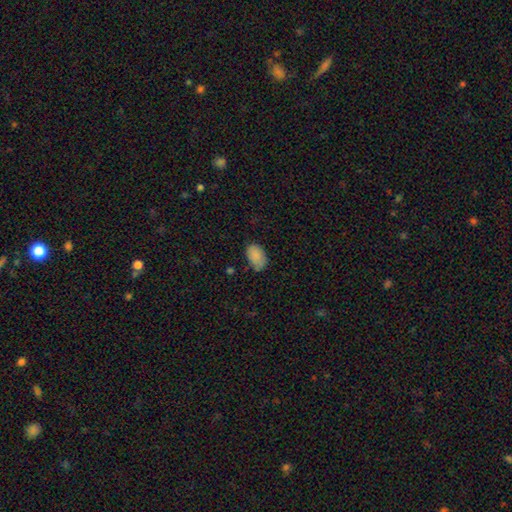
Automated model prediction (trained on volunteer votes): smooth-or-featured: smooth: 87% | star or artifact: 8% | featured or disk: 5%
  how-rounded: in between: 90% | round: 9% | cigar-shaped: 1%
  merging: none: 74% | minor disturbance: 20% | major disturbance: 4% | merger: 2%